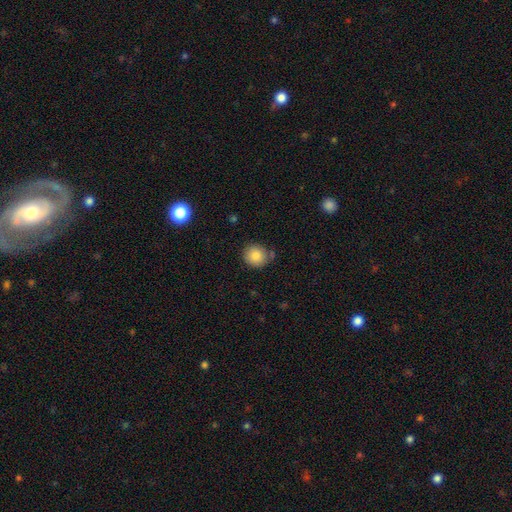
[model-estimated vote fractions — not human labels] Smooth or featured?
  - smooth: 84% *
  - star or artifact: 9%
  - featured or disk: 7%
How rounded?
  - round: 89% *
  - in between: 10%
  - cigar-shaped: 1%
Merging?
  - none: 77% *
  - minor disturbance: 14%
  - merger: 6%
  - major disturbance: 3%